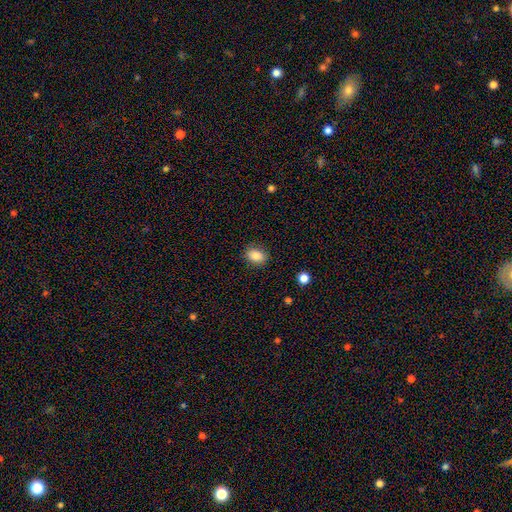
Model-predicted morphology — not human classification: A smooth galaxy with no disk features (86%) that is in between round and cigar-shaped (68%).

Vote fractions:
- Smooth or featured? smooth: 86% / star or artifact: 9% / featured or disk: 6%
- How rounded? in between: 68% / round: 31% / cigar-shaped: 1%
- Merging? none: 86% / minor disturbance: 10% / major disturbance: 3% / merger: 1%